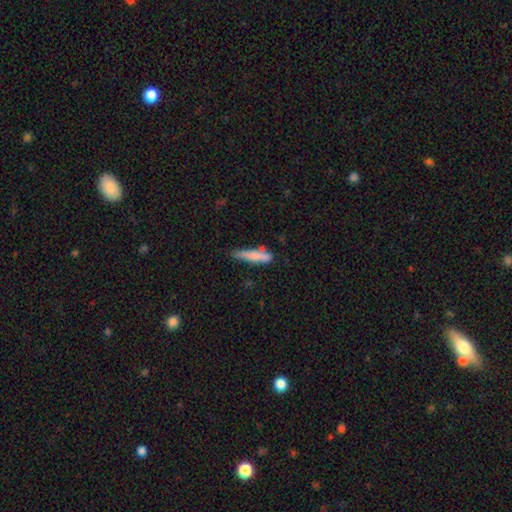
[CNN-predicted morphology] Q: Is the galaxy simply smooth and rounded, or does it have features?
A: smooth — 73%.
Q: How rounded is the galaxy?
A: cigar-shaped — 86%.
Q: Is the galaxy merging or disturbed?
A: none — 58%.